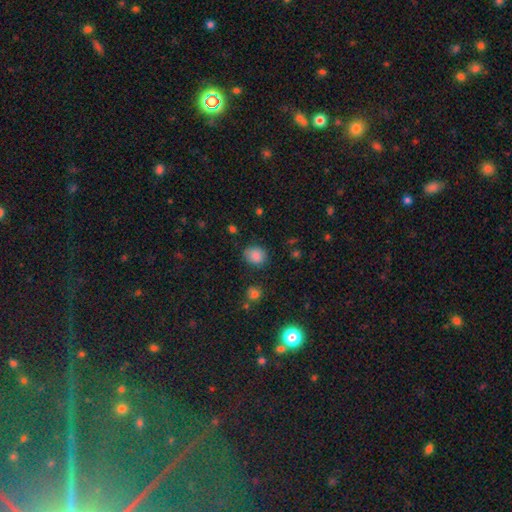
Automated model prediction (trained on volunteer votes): smooth-or-featured: smooth: 84% | star or artifact: 11% | featured or disk: 5%
  how-rounded: round: 60% | in between: 39% | cigar-shaped: 1%
  merging: none: 78% | minor disturbance: 16% | major disturbance: 4% | merger: 2%